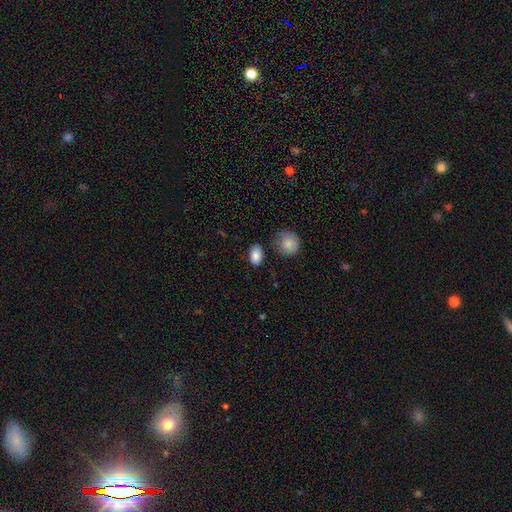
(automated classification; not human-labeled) This appears to be a smooth galaxy with no disk features (86%) that is in between round and cigar-shaped (86%). Merging: none (76%).